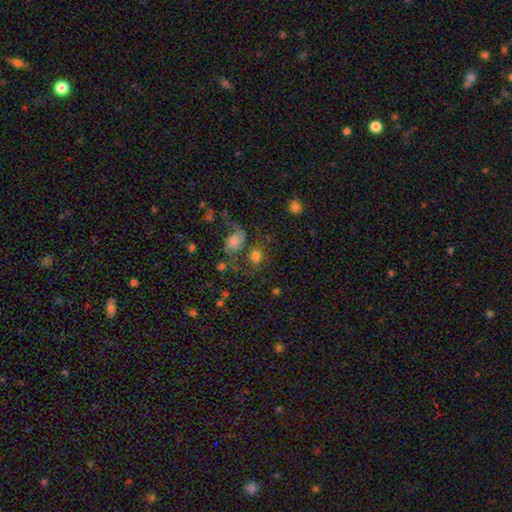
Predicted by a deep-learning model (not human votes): Smooth or featured? smooth (59%)
How rounded? round (67%)
Merging? none (40%)